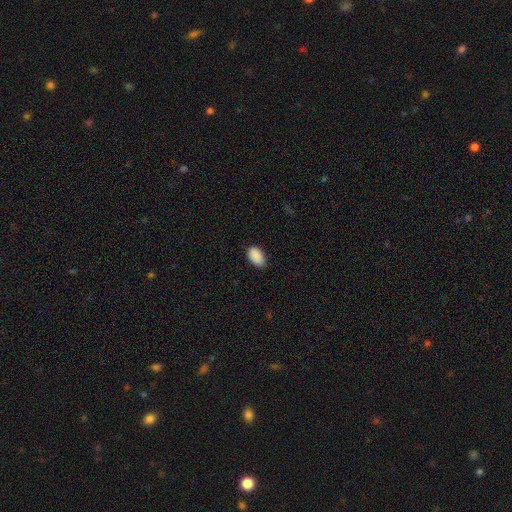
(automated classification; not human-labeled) A smooth galaxy with no disk features (90%) that is in between round and cigar-shaped (93%). Merging: none (80%).